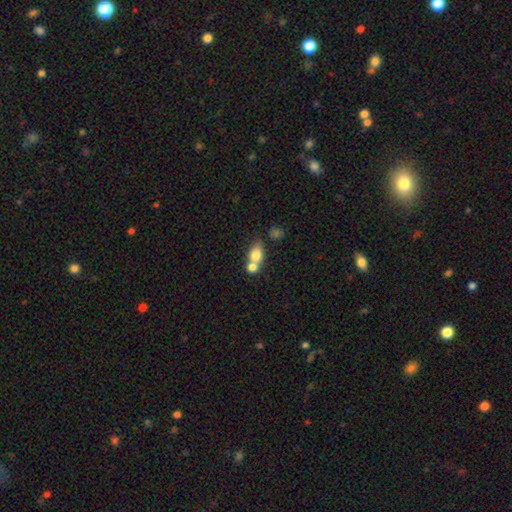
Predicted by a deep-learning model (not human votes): smooth_or_featured: smooth (p=0.76) [alt: featured or disk p=0.15]
how_rounded: in between (p=0.58) [alt: round p=0.38]
merging: merger (p=0.62) [alt: none p=0.27]